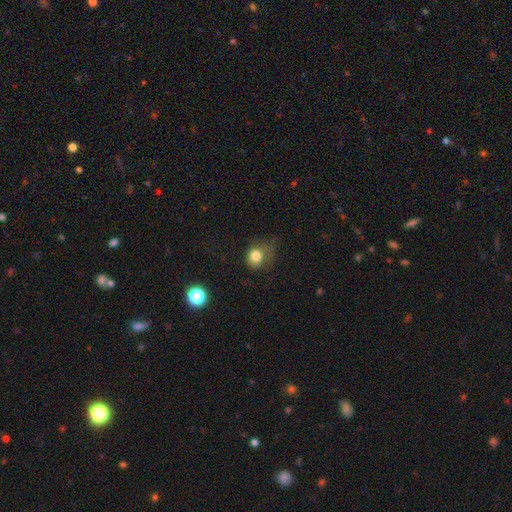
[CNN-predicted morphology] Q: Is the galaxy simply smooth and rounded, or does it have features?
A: smooth — 80%.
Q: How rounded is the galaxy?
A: round — 68%.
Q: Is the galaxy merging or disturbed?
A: none — 39%.